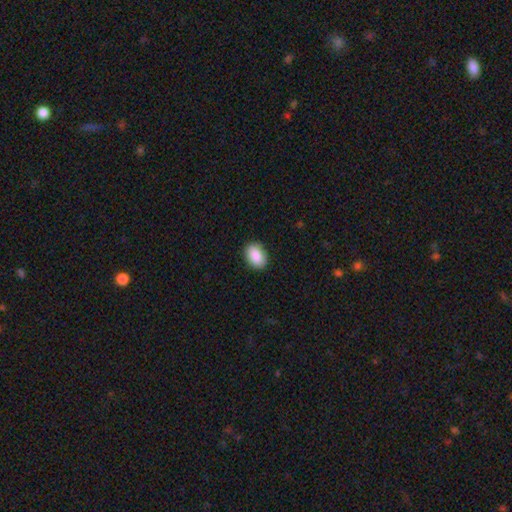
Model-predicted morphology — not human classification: A smooth galaxy with no disk features (89%) that is in between round and cigar-shaped (83%).

Vote fractions:
- Smooth or featured? smooth: 89% / star or artifact: 7% / featured or disk: 5%
- How rounded? in between: 83% / round: 16% / cigar-shaped: 1%
- Merging? none: 89% / minor disturbance: 8% / major disturbance: 2% / merger: 1%